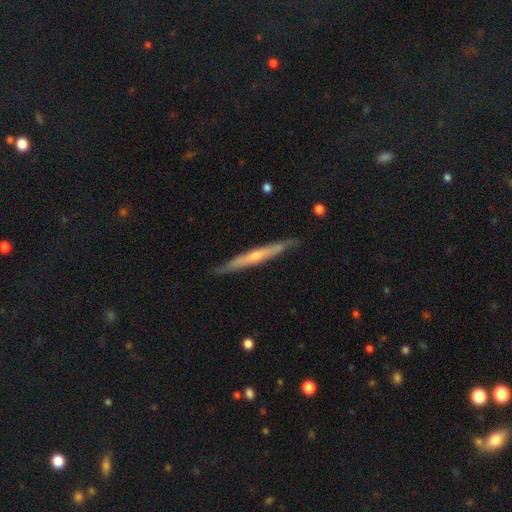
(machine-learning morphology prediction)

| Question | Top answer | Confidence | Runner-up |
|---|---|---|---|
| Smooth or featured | featured or disk | 70% | smooth (21%) |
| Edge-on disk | yes | 96% | no (4%) |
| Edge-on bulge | rounded | 69% | none (26%) |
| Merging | none | 88% | minor disturbance (9%) |